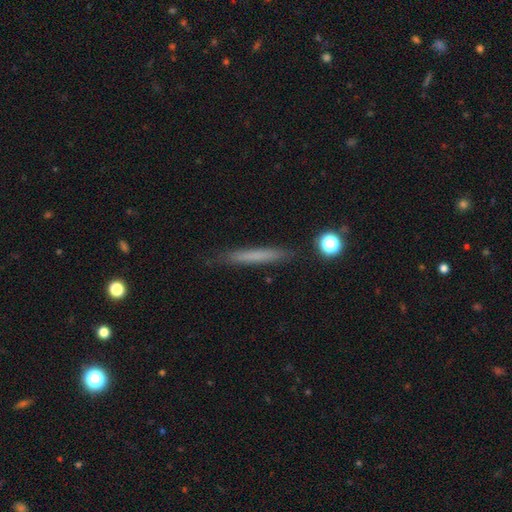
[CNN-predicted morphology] Q: Smooth or featured?
A: smooth (65%); runner-up: featured or disk (27%)
Q: How rounded?
A: cigar-shaped (95%); runner-up: in between (3%)
Q: Merging?
A: none (85%); runner-up: minor disturbance (11%)